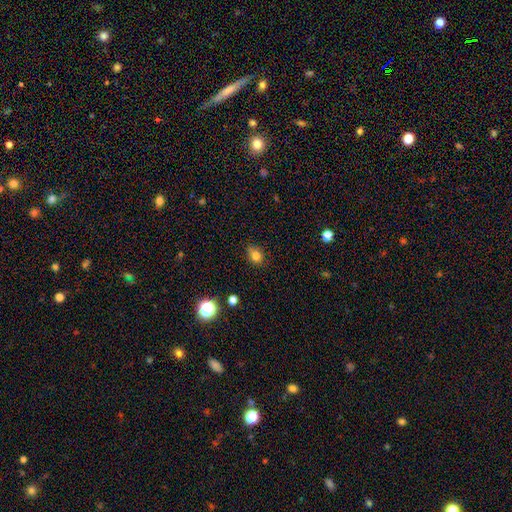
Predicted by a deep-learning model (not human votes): Smooth or featured: smooth — 80% (star or artifact — 13%)
How rounded: round — 55% (in between — 44%)
Merging: none — 78% (minor disturbance — 17%)